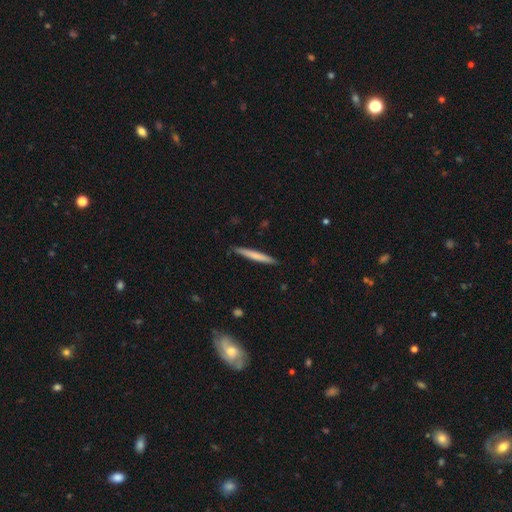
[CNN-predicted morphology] smooth 69%, featured or disk 26%, star or artifact 5%. Down the decision tree: how rounded — cigar-shaped (96%); merging — none (89%).